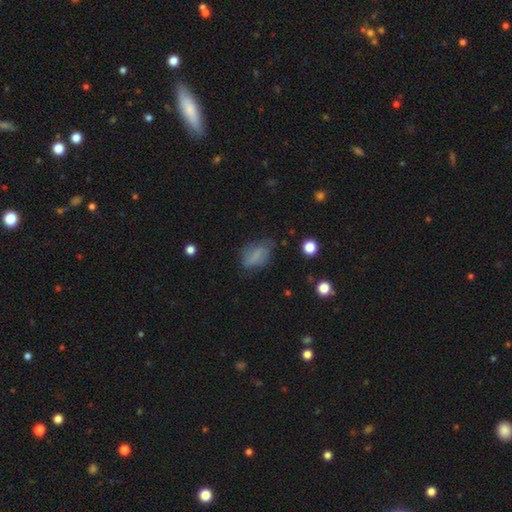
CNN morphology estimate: Q: Smooth or featured?
A: smooth (66%); runner-up: featured or disk (22%)
Q: How rounded?
A: in between (83%); runner-up: round (13%)
Q: Merging?
A: none (57%); runner-up: minor disturbance (29%)